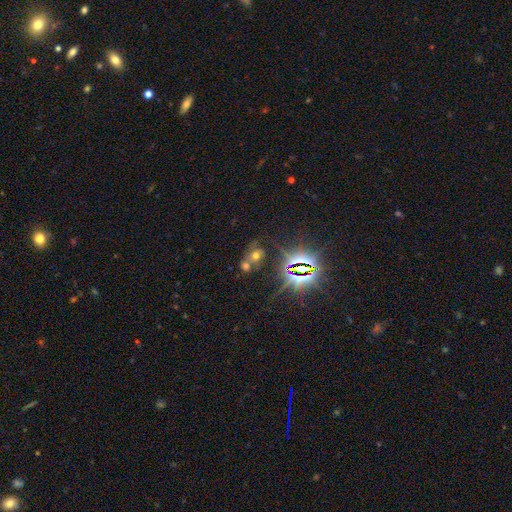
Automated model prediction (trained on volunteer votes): Smooth or featured: star or artifact — 47% (smooth — 33%)